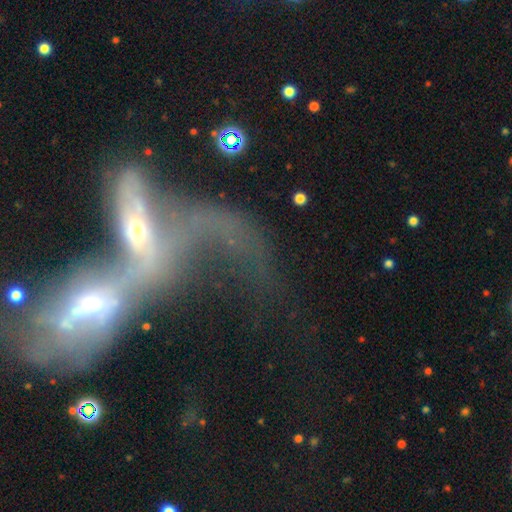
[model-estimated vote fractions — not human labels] smooth-or-featured: featured or disk: 62% | smooth: 24% | star or artifact: 13%
  disk-edge-on: no: 83% | yes: 17%
    bar: no: 62% | weak: 25% | strong: 13%
    has-spiral-arms: yes: 51% | no: 49%
    bulge-size: moderate: 47% | small: 37% | large: 7% | none: 6% | dominant: 3%
  merging: merger: 72% | major disturbance: 17% | none: 6% | minor disturbance: 4%